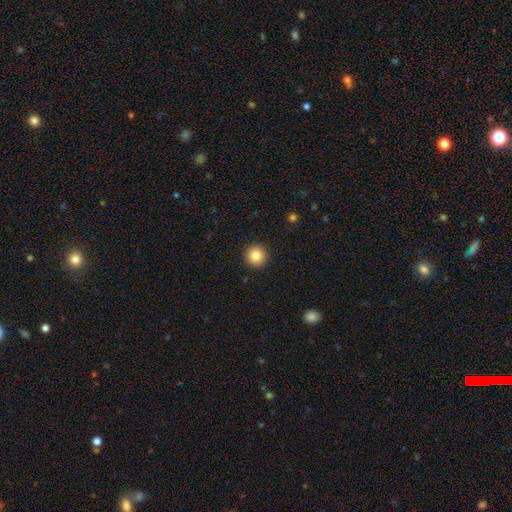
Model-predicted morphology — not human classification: Smooth or featured? smooth (83%)
How rounded? round (96%)
Merging? none (93%)